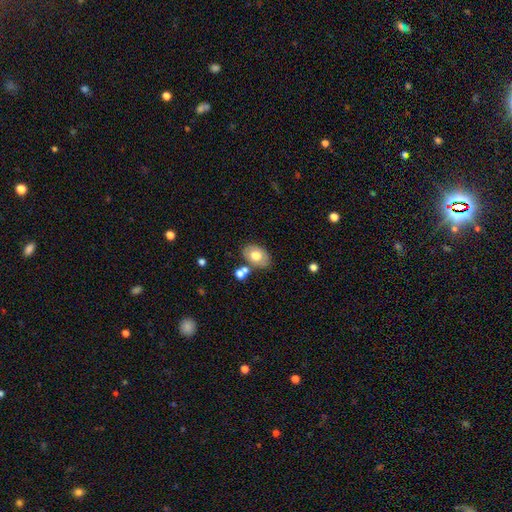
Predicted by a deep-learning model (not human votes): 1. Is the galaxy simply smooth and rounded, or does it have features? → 68% smooth, 24% featured or disk, 8% star or artifact.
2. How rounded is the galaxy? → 80% in between, 19% round, 1% cigar-shaped.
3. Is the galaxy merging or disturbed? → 68% none, 15% minor disturbance, 13% merger, 4% major disturbance.